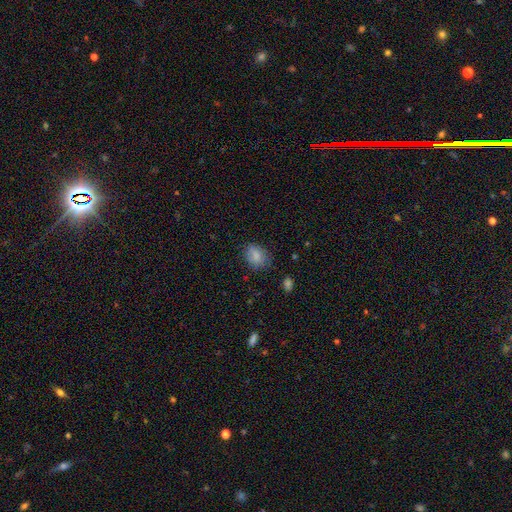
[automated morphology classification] Smooth or featured? smooth (83%)
How rounded? in between (72%)
Merging? none (73%)